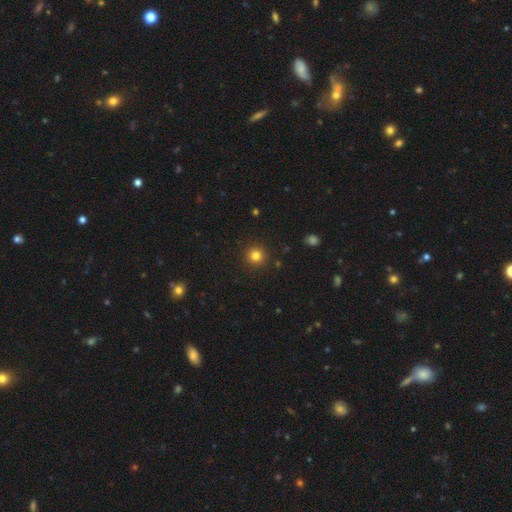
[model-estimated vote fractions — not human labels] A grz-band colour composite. It shows a smooth galaxy with no disk features (81%) that is round (95%). Merging: none (92%).